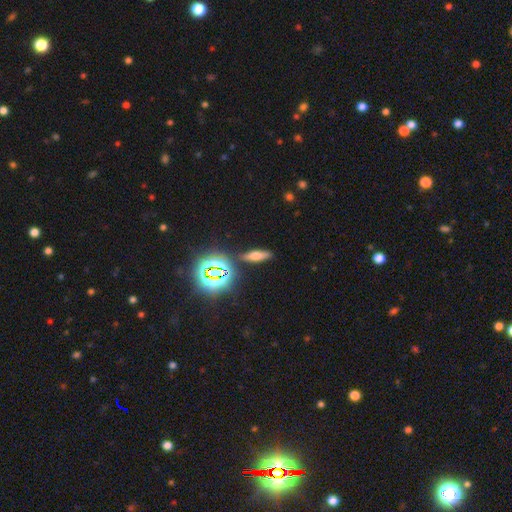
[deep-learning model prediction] This is possibly a smooth galaxy (55%). How rounded: possibly cigar-shaped (56%). Merging: clearly none (84%).